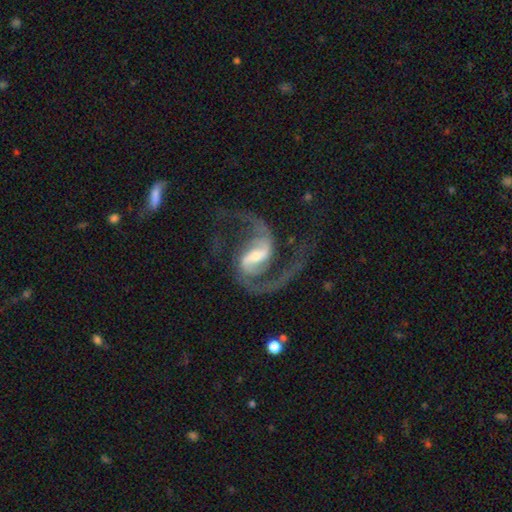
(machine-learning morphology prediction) featured or disk 93%, star or artifact 4%, smooth 3%. Down the decision tree: edge-on disk — no (98%); bar — strong (48%); spiral arms — yes (98%); spiral arm count — 2 (94%); spiral winding — medium (47%); bulge size — moderate (47%); merging — none (71%).